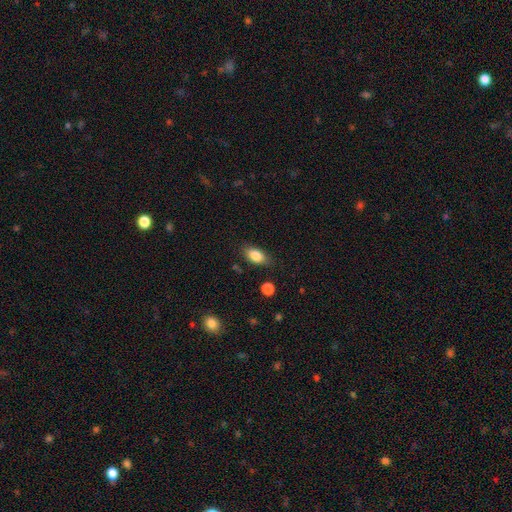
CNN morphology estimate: Smooth or featured? smooth (84%)
How rounded? in between (88%)
Merging? none (81%)